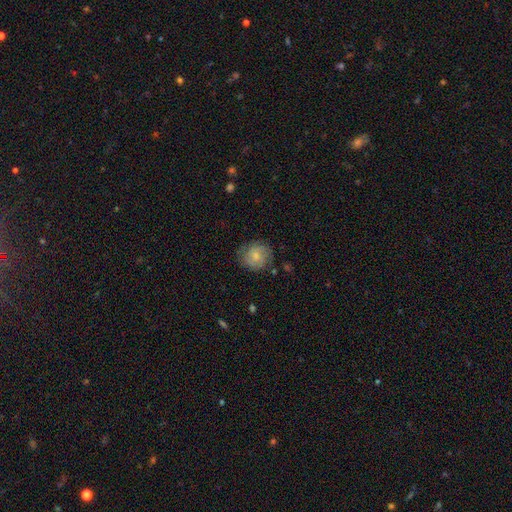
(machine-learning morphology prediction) Smooth or featured? Predicted: smooth (p=0.70). How rounded? Predicted: round (p=0.84). Merging? Predicted: none (p=0.74).